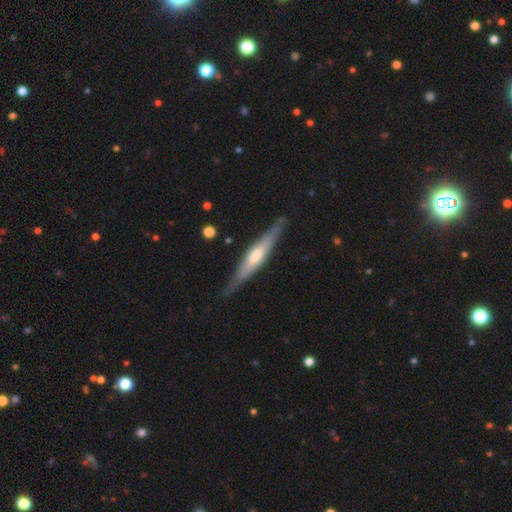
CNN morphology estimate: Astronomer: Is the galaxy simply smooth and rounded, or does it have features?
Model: featured or disk — 61%.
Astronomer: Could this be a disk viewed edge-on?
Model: yes — 92%.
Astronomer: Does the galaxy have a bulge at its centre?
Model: rounded — 66%.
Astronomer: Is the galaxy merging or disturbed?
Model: none — 83%.